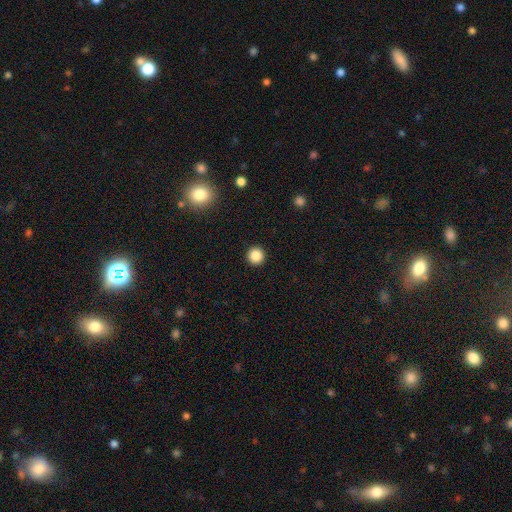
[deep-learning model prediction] Overall: smooth (85%). How rounded: round (96%). Merging: none (94%).